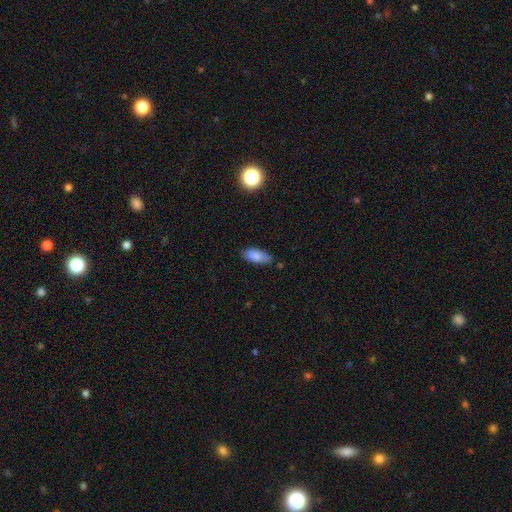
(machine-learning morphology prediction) A smooth galaxy with no disk features (84%) that is in between round and cigar-shaped (87%).

Vote fractions:
- Smooth or featured? smooth: 84% / featured or disk: 9% / star or artifact: 8%
- How rounded? in between: 87% / cigar-shaped: 10% / round: 2%
- Merging? none: 75% / minor disturbance: 20% / major disturbance: 3% / merger: 2%